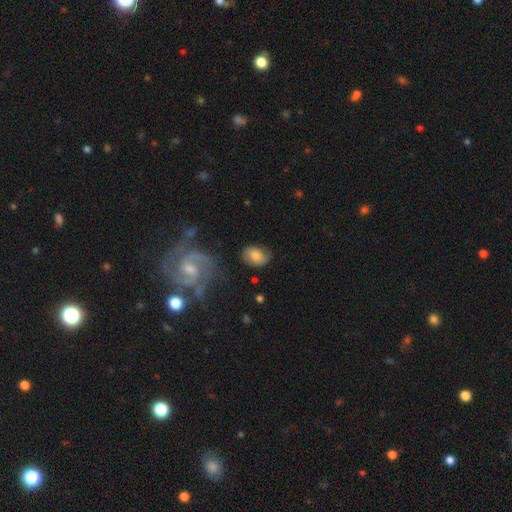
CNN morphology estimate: smooth 66%, featured or disk 26%, star or artifact 8%. Down the decision tree: how rounded — in between (67%); merging — none (69%).